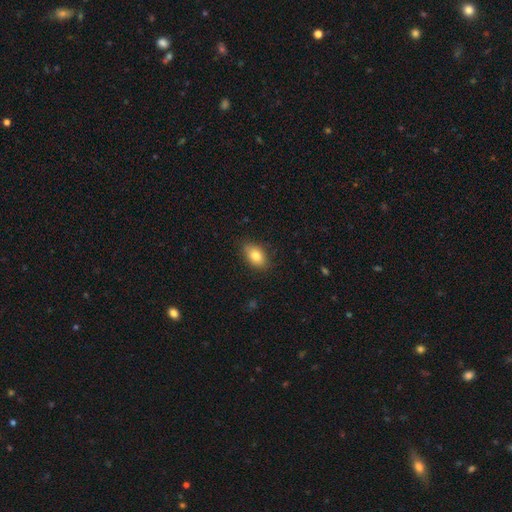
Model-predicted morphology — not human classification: Smooth or featured? smooth (82%)
How rounded? in between (87%)
Merging? none (83%)